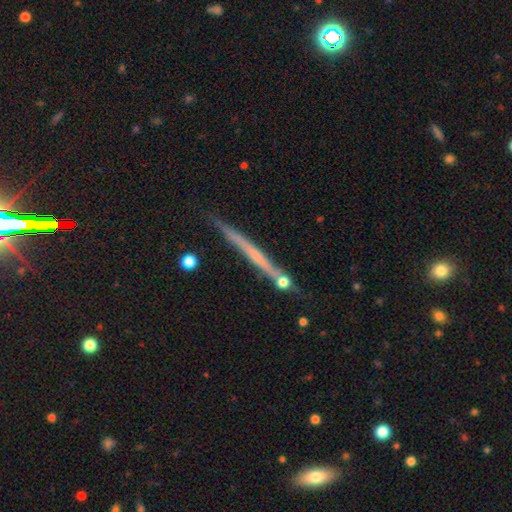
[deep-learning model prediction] The model was most divided on "smooth or featured": featured or disk: 61%, smooth: 32%, star or artifact: 7%. More confident: edge-on disk — yes (97%); edge-on bulge — none (83%); merging — none (83%).